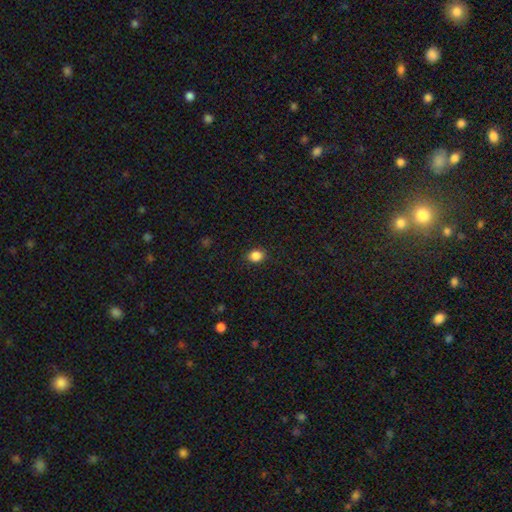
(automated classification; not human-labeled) This appears to be a smooth galaxy with no disk features (86%) that is round (57%). Merging: none (88%).